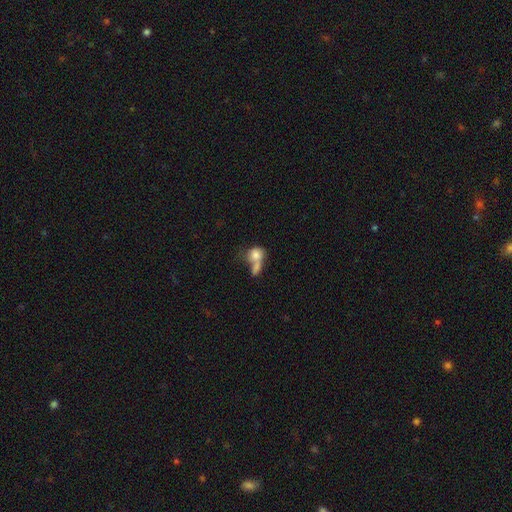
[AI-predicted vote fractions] A smooth galaxy with no disk features (75%) that is round (53%). Merging: merger (58%).